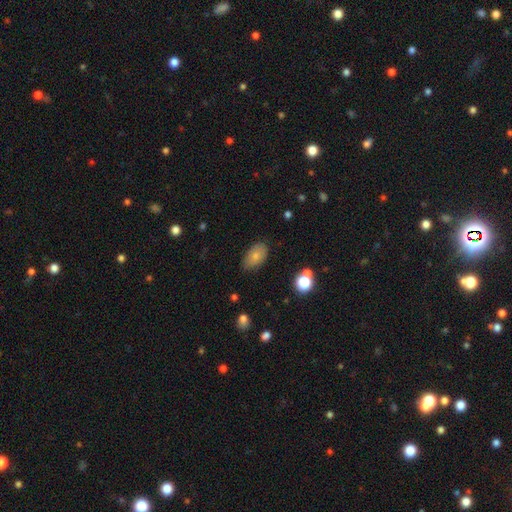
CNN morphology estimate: Q: Smooth or featured?
A: smooth (77%); runner-up: featured or disk (14%)
Q: How rounded?
A: in between (91%); runner-up: round (7%)
Q: Merging?
A: none (76%); runner-up: minor disturbance (18%)